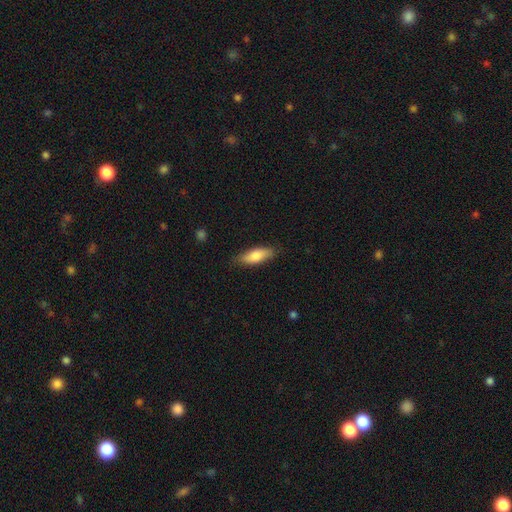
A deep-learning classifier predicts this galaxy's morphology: A smooth galaxy with no disk features (77%) that is in between round and cigar-shaped (64%).

Vote fractions:
- Smooth or featured? smooth: 77% / featured or disk: 17% / star or artifact: 6%
- How rounded? in between: 64% / cigar-shaped: 34% / round: 2%
- Merging? none: 82% / minor disturbance: 15% / major disturbance: 3% / merger: 1%